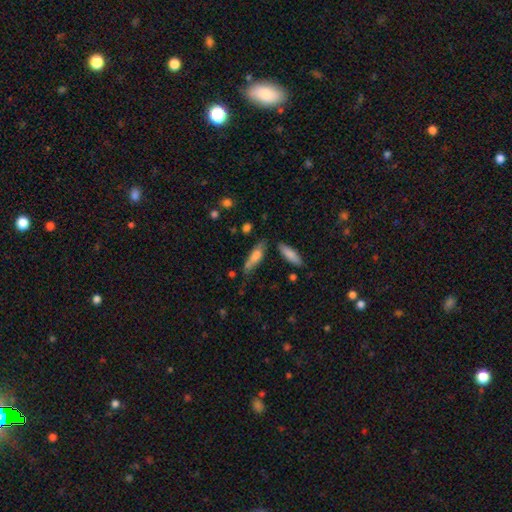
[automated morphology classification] smooth-or-featured: smooth: 67% | featured or disk: 25% | star or artifact: 8%
  how-rounded: cigar-shaped: 57% | in between: 41% | round: 3%
  merging: none: 55% | minor disturbance: 26% | merger: 11% | major disturbance: 9%